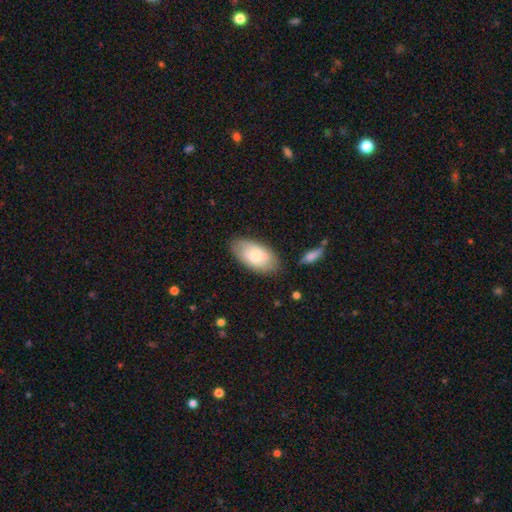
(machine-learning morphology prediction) Q: Smooth or featured?
A: smooth (70%); runner-up: featured or disk (24%)
Q: How rounded?
A: in between (94%); runner-up: round (3%)
Q: Merging?
A: none (76%); runner-up: minor disturbance (17%)